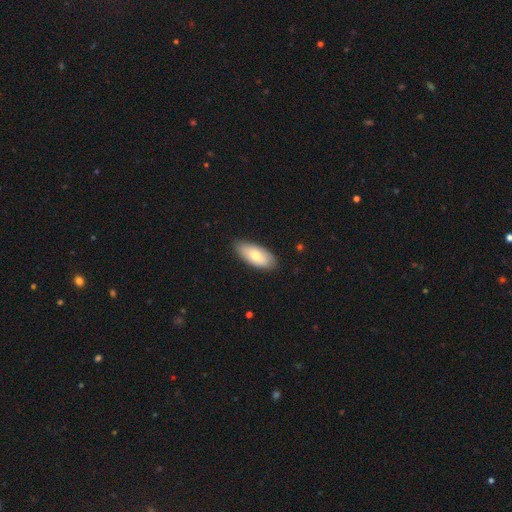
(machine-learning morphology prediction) type=smooth (72%); roundness=in between (90%); merging=none (84%).